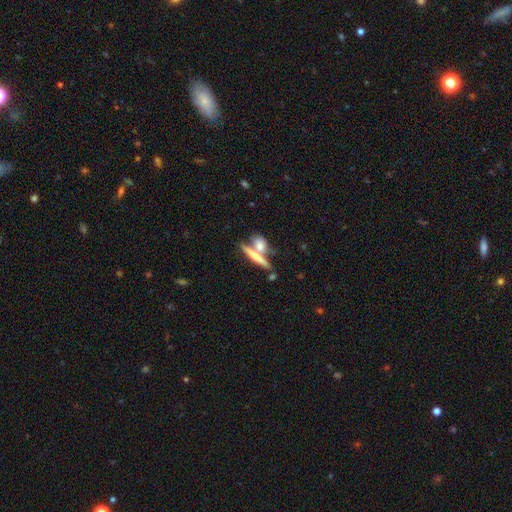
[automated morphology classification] This appears to be a smooth galaxy with no disk features (47%). Merging: none (55%).